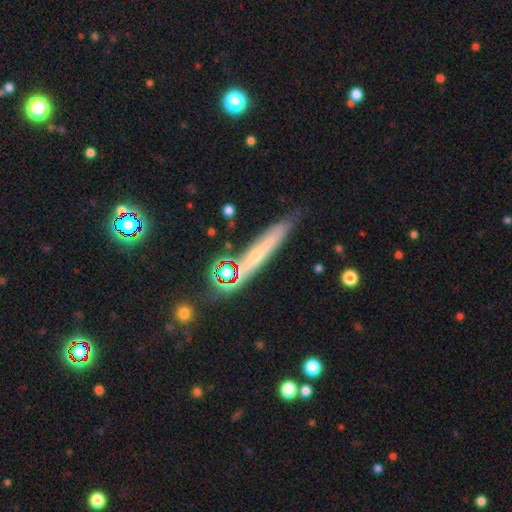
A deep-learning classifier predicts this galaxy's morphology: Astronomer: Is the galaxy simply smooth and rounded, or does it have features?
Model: featured or disk — 50% (runner-up: smooth, 35%).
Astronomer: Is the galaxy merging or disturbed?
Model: none — 75%.